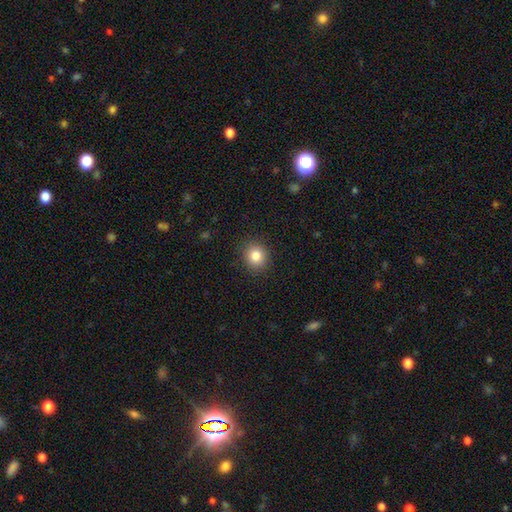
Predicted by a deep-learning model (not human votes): Smooth or featured? smooth (83%)
How rounded? round (78%)
Merging? none (90%)